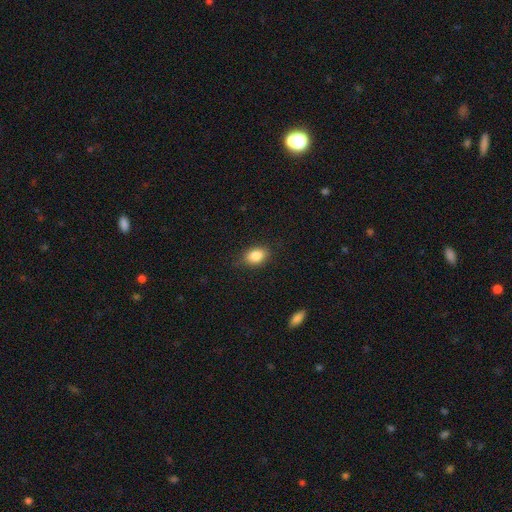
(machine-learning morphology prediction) This appears to be a smooth galaxy with no disk features (85%) that is in between round and cigar-shaped (77%). Merging: none (81%).